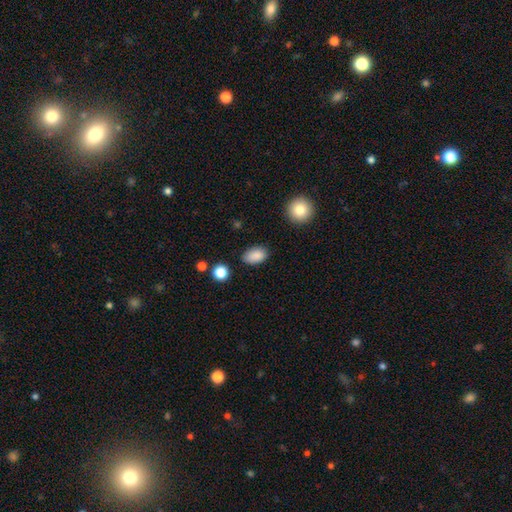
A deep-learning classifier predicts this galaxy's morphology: smooth 88%, star or artifact 8%, featured or disk 4%. Down the decision tree: how rounded — in between (89%); merging — none (83%).